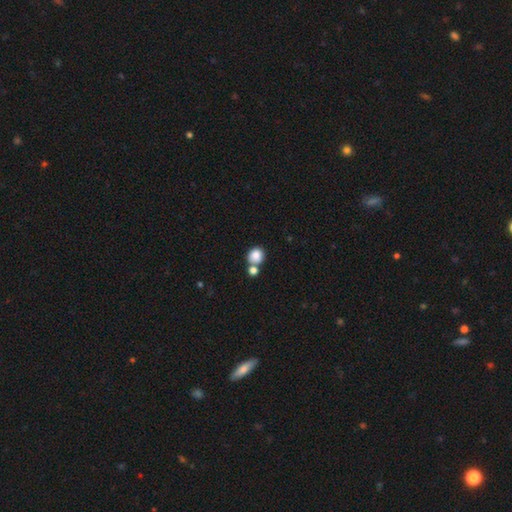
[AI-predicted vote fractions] Morphology: type=smooth (84%); roundness=round (75%); merging=none (53%).